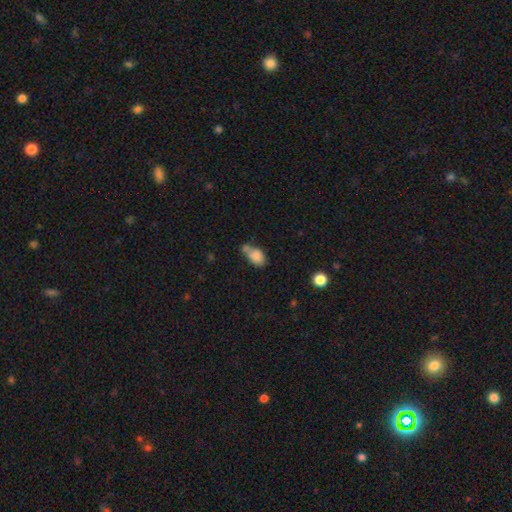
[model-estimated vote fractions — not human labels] This appears to be a smooth galaxy with no disk features (82%) that is in between round and cigar-shaped (83%). Merging: none (36%).